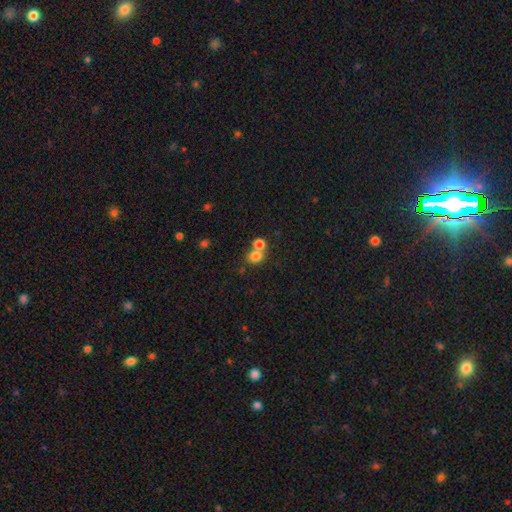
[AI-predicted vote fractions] smooth-or-featured: smooth: 78% | star or artifact: 13% | featured or disk: 9%
  how-rounded: round: 74% | in between: 25% | cigar-shaped: 1%
  merging: merger: 46% | none: 44% | minor disturbance: 7% | major disturbance: 3%